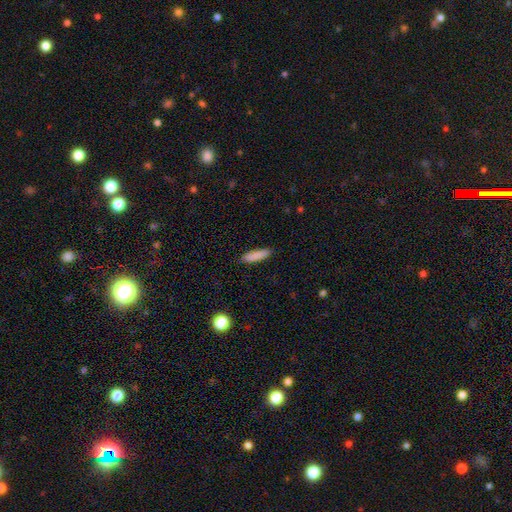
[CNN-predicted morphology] Q: Smooth or featured?
A: smooth (87%); runner-up: featured or disk (7%)
Q: How rounded?
A: cigar-shaped (68%); runner-up: in between (30%)
Q: Merging?
A: none (88%); runner-up: minor disturbance (9%)